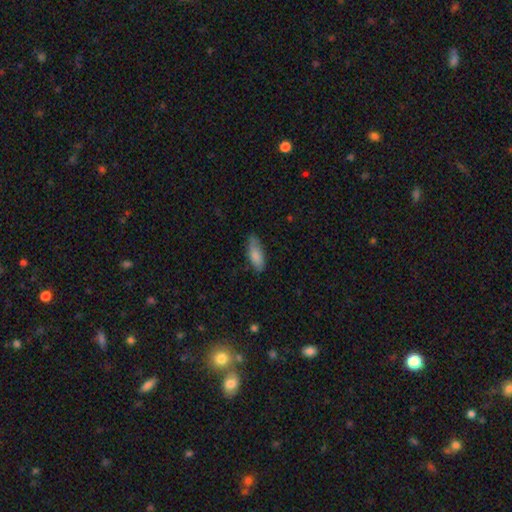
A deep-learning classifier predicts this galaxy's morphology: Smooth or featured: smooth — 83% (featured or disk — 11%)
How rounded: in between — 70% (cigar-shaped — 28%)
Merging: none — 68% (minor disturbance — 26%)